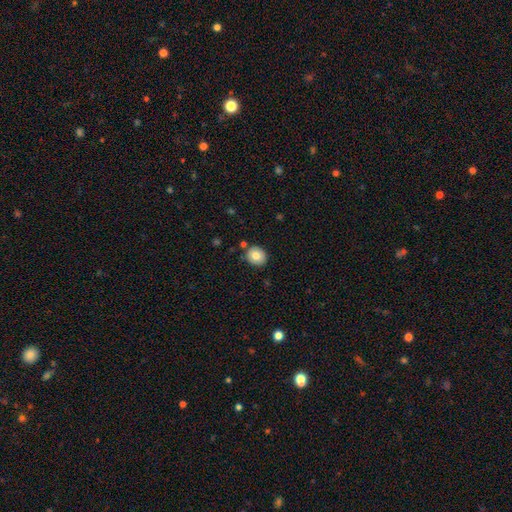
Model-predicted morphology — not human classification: The model was most divided on "how rounded": round: 81%, in between: 18%, cigar-shaped: 1%. More confident: merging — none (85%); smooth or featured — smooth (79%).